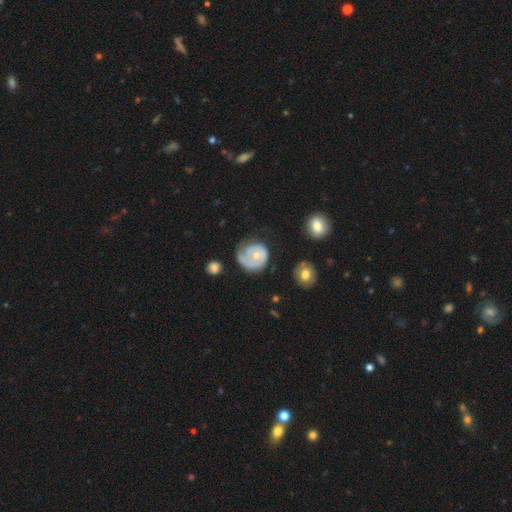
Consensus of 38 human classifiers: Volunteers were most divided on "spiral winding": tight: 47%, medium: 30%, loose: 23%. More confident: edge-on disk — no (100%); spiral arms — yes (100%); spiral arm count — 1 (87%); bar — no (83%); smooth or featured — featured or disk (79%); bulge size — moderate (63%); merging — none (56%).